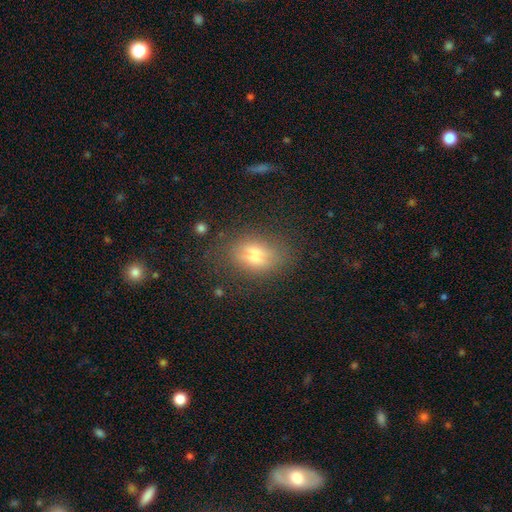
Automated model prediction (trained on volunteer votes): Morphology: type=smooth (58%); roundness=in between (76%); merging=none (65%).